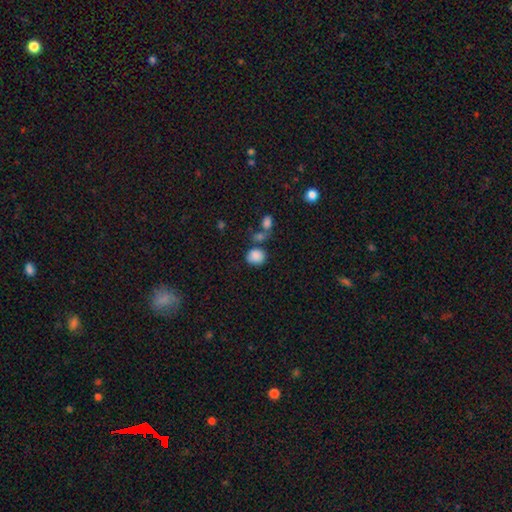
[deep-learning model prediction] Smooth or featured? smooth (86%)
How rounded? round (67%)
Merging? none (59%)